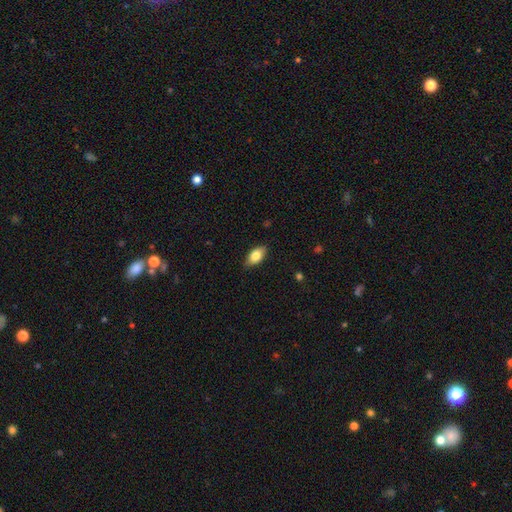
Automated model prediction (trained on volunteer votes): Smooth or featured: smooth — 81% (featured or disk — 12%)
How rounded: in between — 91% (round — 5%)
Merging: none — 85% (minor disturbance — 12%)